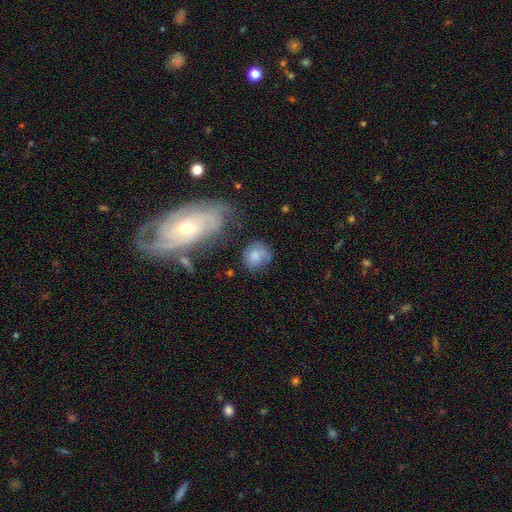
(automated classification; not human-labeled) This is likely a smooth galaxy (72%). How rounded: likely round (77%). Merging: possibly none (54%).